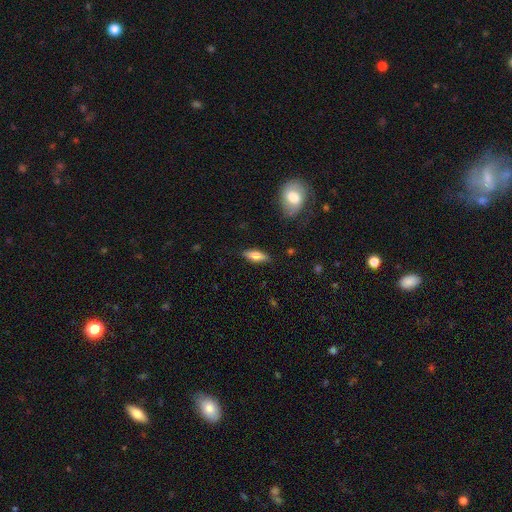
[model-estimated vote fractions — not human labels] Overall: smooth (70%). How rounded: in between (64%; cigar-shaped 33%). Merging: none (86%).